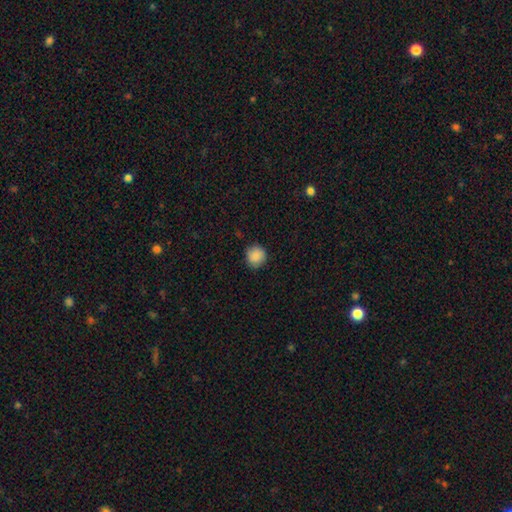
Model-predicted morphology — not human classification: Smooth or featured? smooth (88%)
How rounded? round (92%)
Merging? none (87%)